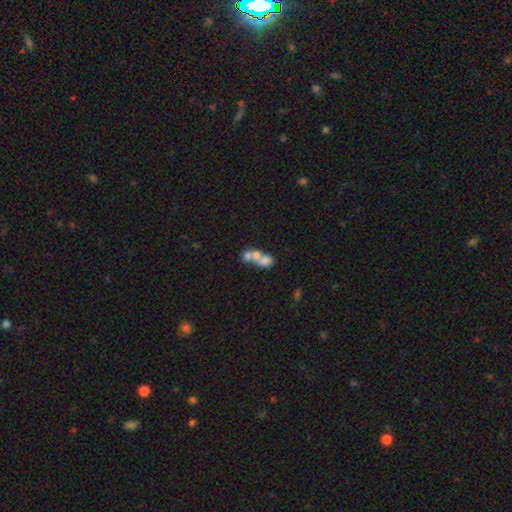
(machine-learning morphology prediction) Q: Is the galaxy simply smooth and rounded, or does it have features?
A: smooth — 60%.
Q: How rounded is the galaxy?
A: in between — 51%.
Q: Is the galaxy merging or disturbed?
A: merger — 69%.